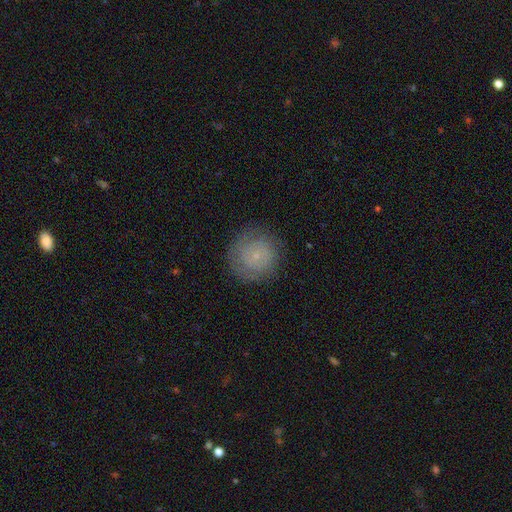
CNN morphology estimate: Smooth or featured? smooth (54%)
How rounded? round (93%)
Merging? none (81%)